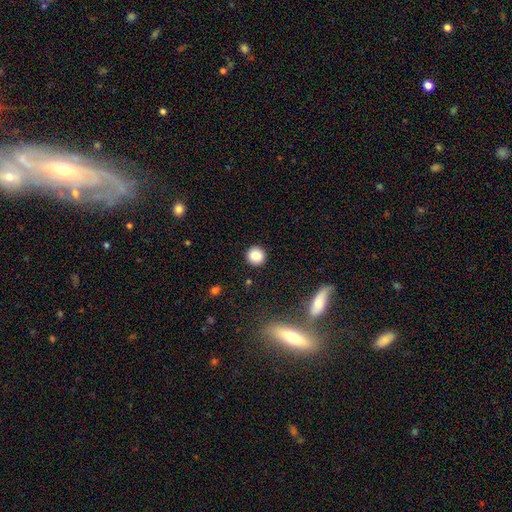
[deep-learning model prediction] Smooth or featured? smooth (85%)
How rounded? round (93%)
Merging? none (92%)